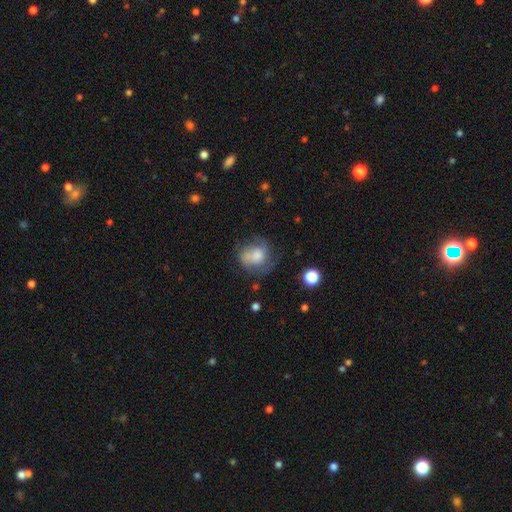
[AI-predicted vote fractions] smooth_or_featured: smooth (p=0.57) [alt: featured or disk p=0.34]
how_rounded: round (p=0.64) [alt: in between p=0.34]
merging: none (p=0.43) [alt: minor disturbance p=0.27]